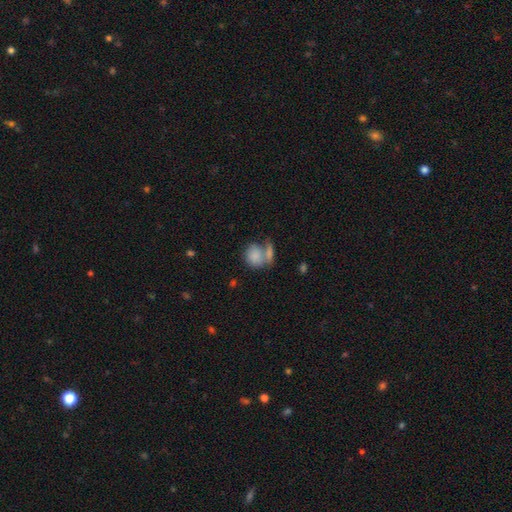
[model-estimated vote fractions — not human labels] Q: Smooth or featured?
A: smooth (80%); runner-up: featured or disk (13%)
Q: How rounded?
A: in between (50%); runner-up: round (48%)
Q: Merging?
A: merger (46%); runner-up: none (33%)